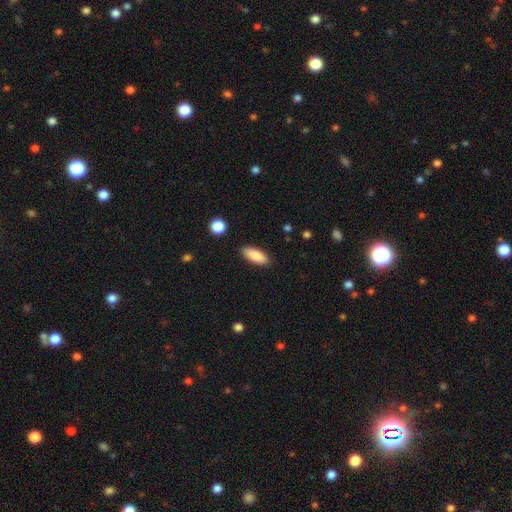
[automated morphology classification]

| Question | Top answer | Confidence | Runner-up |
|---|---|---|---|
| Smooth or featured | smooth | 87% | featured or disk (7%) |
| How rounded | in between | 77% | cigar-shaped (21%) |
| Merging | none | 89% | minor disturbance (8%) |